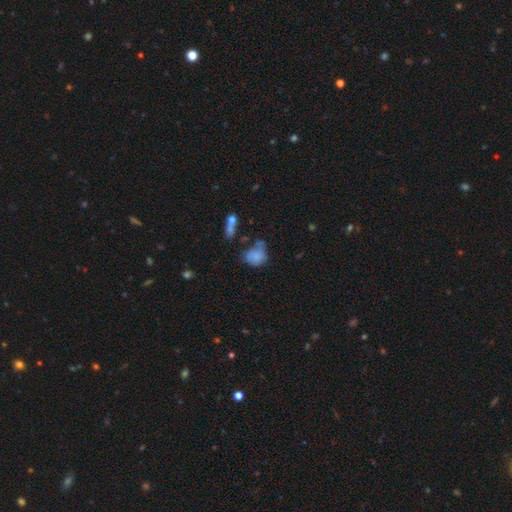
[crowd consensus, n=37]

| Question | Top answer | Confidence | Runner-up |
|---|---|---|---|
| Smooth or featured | smooth | 76% | featured or disk (19%) |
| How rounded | round | 68% | in between (32%) |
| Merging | none | 34% | minor disturbance (26%) |